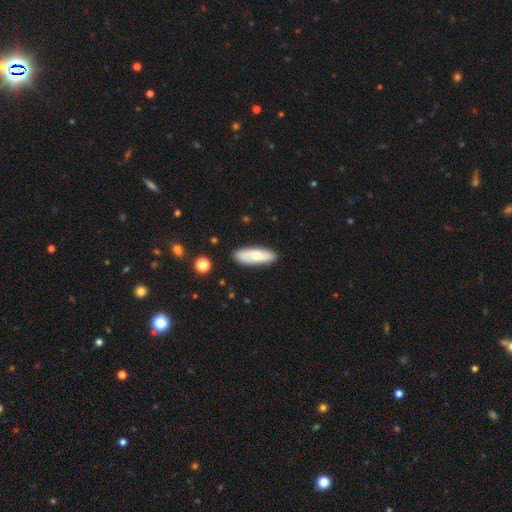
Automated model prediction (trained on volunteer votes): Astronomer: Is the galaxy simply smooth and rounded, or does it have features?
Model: smooth — 70%.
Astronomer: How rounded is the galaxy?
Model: in between — 61% (runner-up: cigar-shaped, 37%).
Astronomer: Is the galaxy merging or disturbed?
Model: none — 86%.